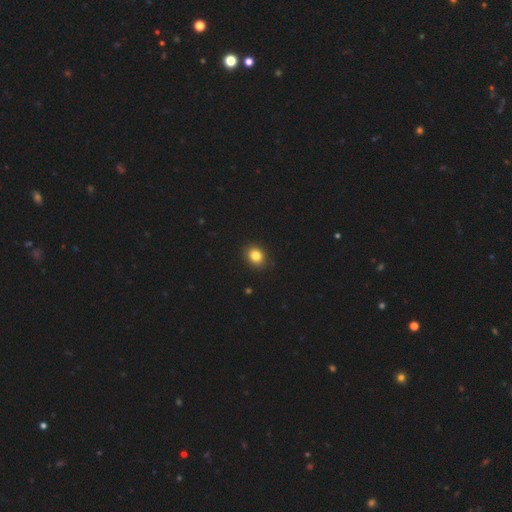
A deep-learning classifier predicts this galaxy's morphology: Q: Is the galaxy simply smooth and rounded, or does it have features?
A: smooth — 84%.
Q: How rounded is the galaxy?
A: round — 62%.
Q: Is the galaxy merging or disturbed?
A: none — 90%.